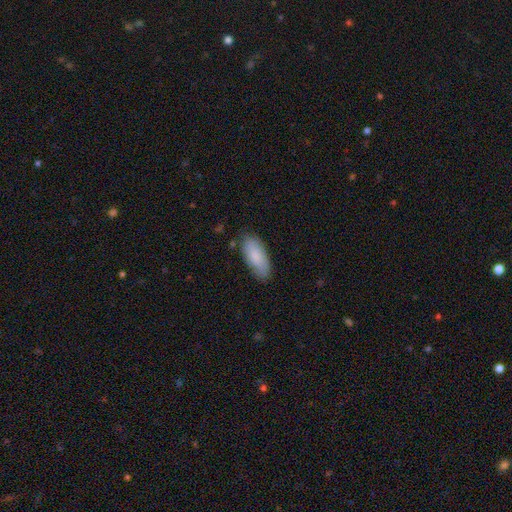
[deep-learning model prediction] Smooth or featured?
  - smooth: 85% *
  - featured or disk: 10%
  - star or artifact: 6%
How rounded?
  - in between: 84% *
  - cigar-shaped: 15%
  - round: 2%
Merging?
  - none: 81% *
  - minor disturbance: 15%
  - major disturbance: 3%
  - merger: 1%